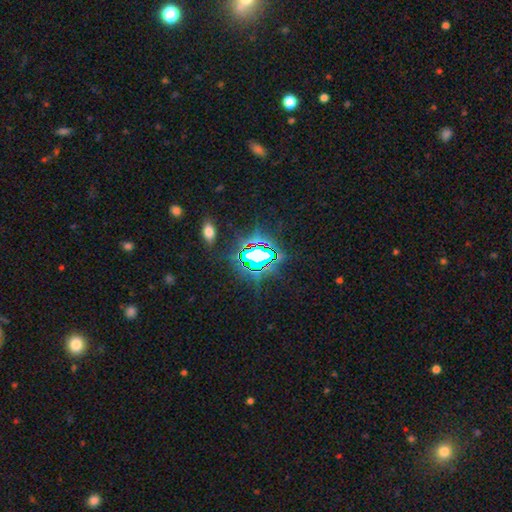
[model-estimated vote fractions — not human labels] Morphology: type=star or artifact (74%).